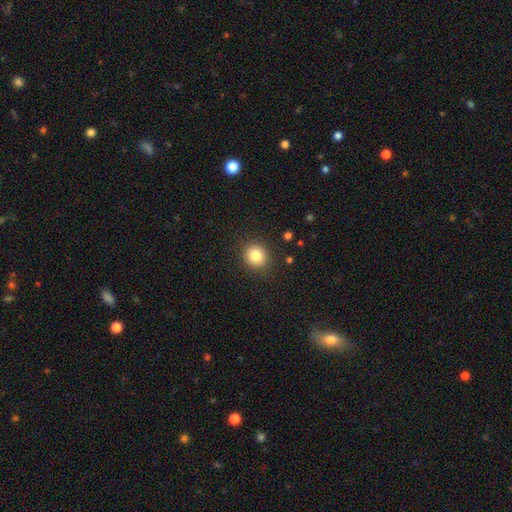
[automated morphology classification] The model was most divided on "smooth or featured": smooth: 84%, star or artifact: 10%, featured or disk: 6%. More confident: merging — none (90%); how rounded — round (86%).